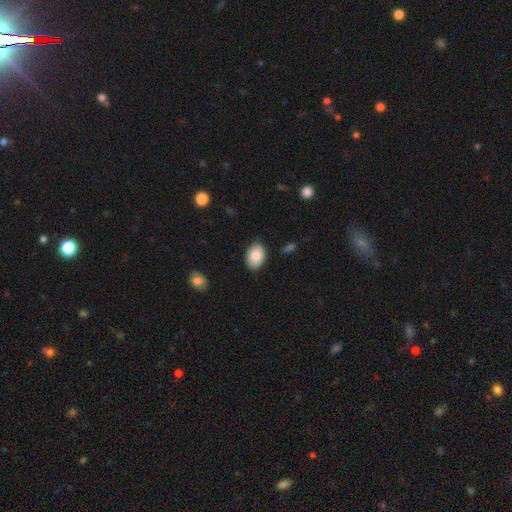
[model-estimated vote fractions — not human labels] smooth 88%, star or artifact 7%, featured or disk 5%. Down the decision tree: how rounded — in between (87%); merging — none (85%).